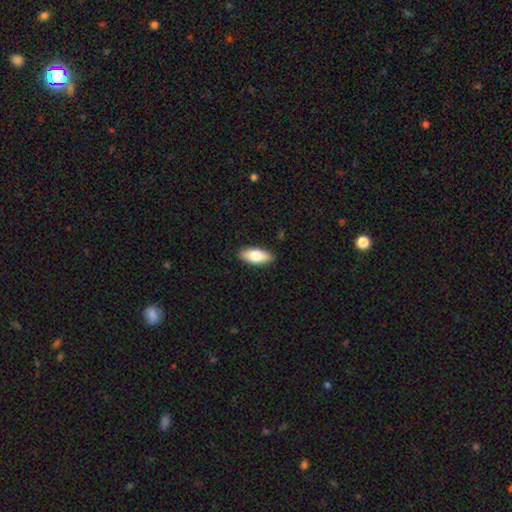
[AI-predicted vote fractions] A smooth galaxy with no disk features (77%) that is in between round and cigar-shaped (83%).

Vote fractions:
- Smooth or featured? smooth: 77% / featured or disk: 17% / star or artifact: 6%
- How rounded? in between: 83% / cigar-shaped: 14% / round: 2%
- Merging? none: 89% / minor disturbance: 8% / major disturbance: 2% / merger: 1%